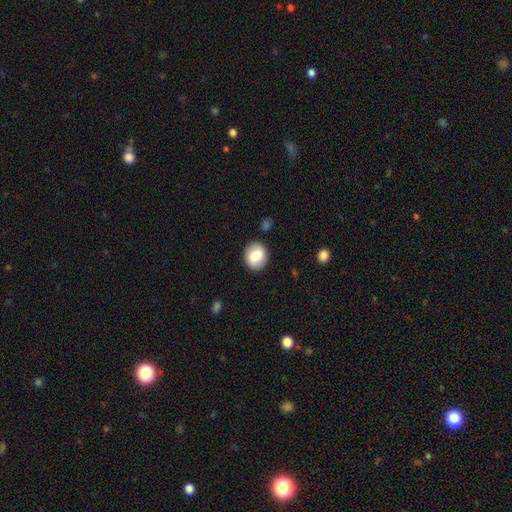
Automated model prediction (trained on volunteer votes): Morphology: type=smooth (76%); roundness=round (59%); merging=none (87%).